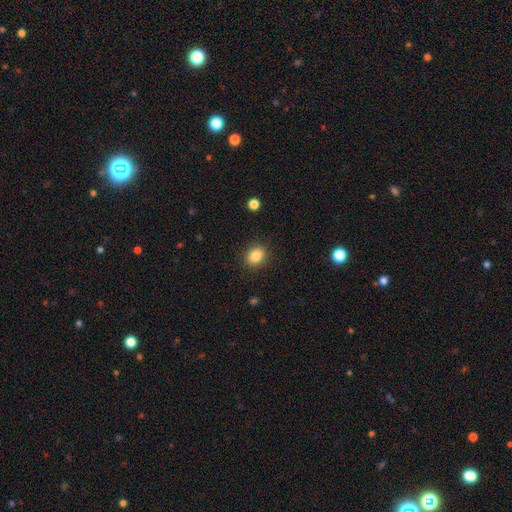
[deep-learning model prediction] This appears to be a smooth galaxy with no disk features (86%) that is in between round and cigar-shaped (51%). Merging: none (88%).